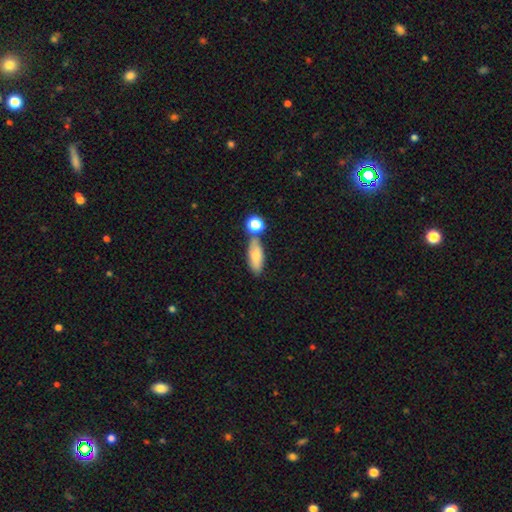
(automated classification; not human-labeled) Q: Smooth or featured?
A: smooth (75%); runner-up: featured or disk (17%)
Q: How rounded?
A: in between (72%); runner-up: cigar-shaped (24%)
Q: Merging?
A: none (60%); runner-up: merger (19%)